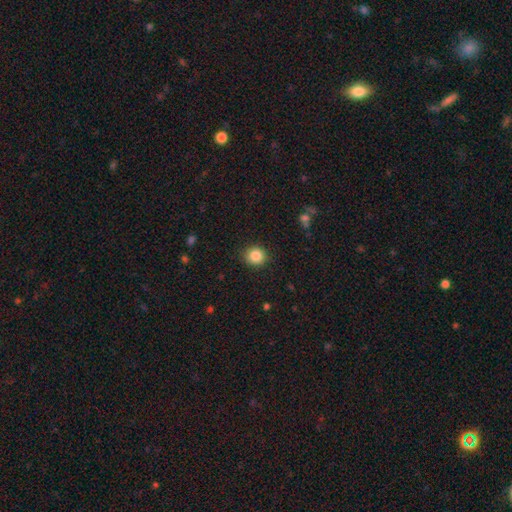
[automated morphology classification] Smooth or featured? smooth (85%)
How rounded? round (88%)
Merging? none (90%)